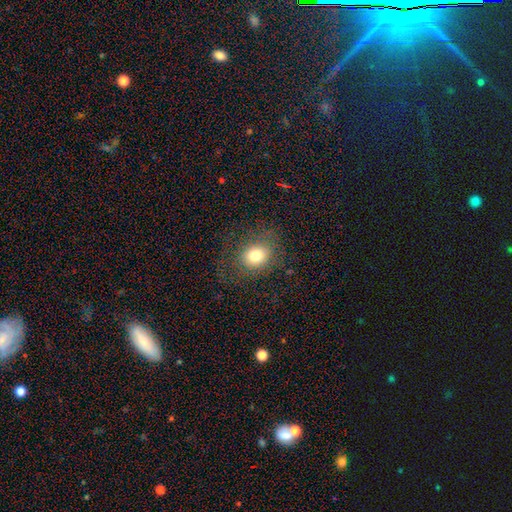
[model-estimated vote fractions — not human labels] Smooth or featured: smooth — 76% (featured or disk — 13%)
How rounded: round — 58% (in between — 41%)
Merging: none — 73% (minor disturbance — 15%)